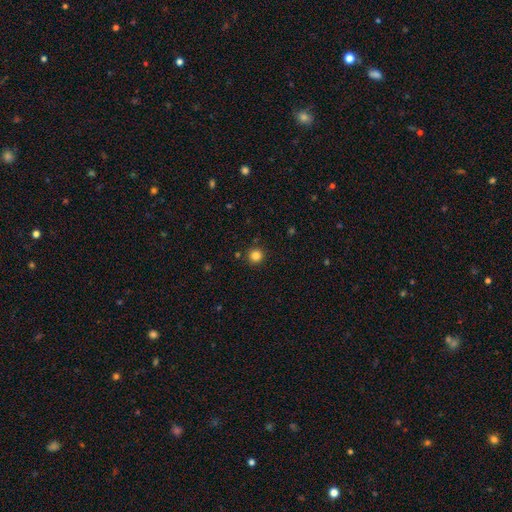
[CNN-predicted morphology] The model was most divided on "smooth or featured": smooth: 84%, star or artifact: 13%, featured or disk: 4%. More confident: how rounded — round (95%); merging — none (91%).